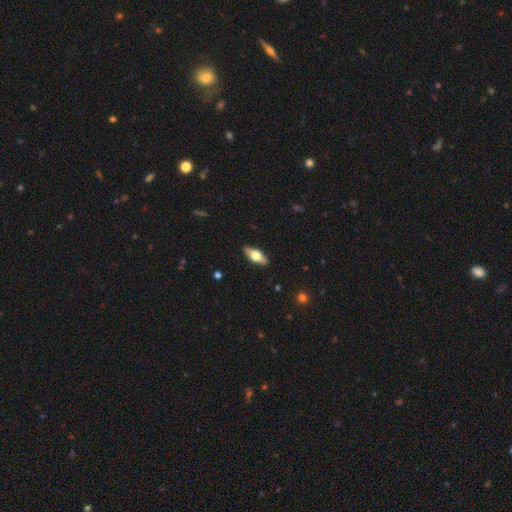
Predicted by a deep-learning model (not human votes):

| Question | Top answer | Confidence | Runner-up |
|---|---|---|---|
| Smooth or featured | smooth | 53% | featured or disk (41%) |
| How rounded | in between | 70% | cigar-shaped (27%) |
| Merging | none | 88% | minor disturbance (9%) |